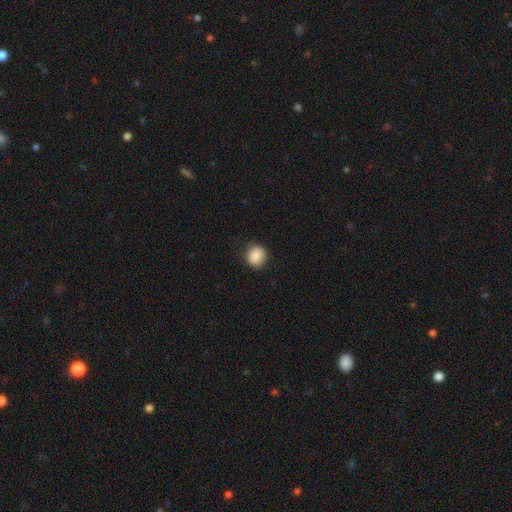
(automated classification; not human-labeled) Overall: smooth (87%). How rounded: round (85%). Merging: none (85%).